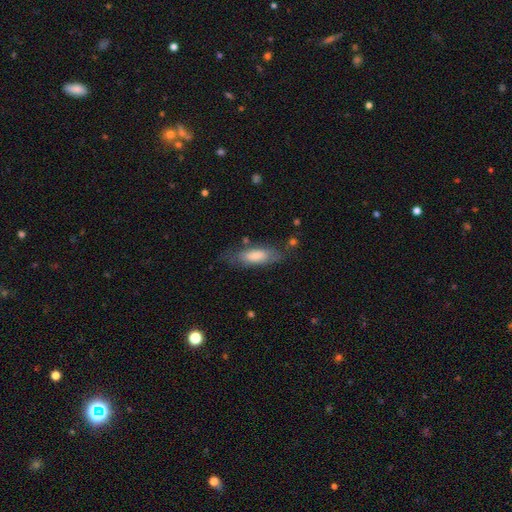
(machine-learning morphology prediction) type=smooth (72%); roundness=in between (71%); merging=none (66%).